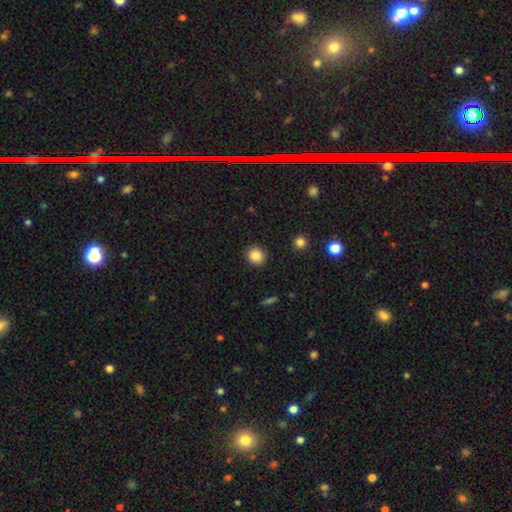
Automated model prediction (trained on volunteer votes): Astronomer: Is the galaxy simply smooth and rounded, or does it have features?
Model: smooth — 87%.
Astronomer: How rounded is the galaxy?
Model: round — 88%.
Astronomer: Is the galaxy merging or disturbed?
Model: none — 91%.